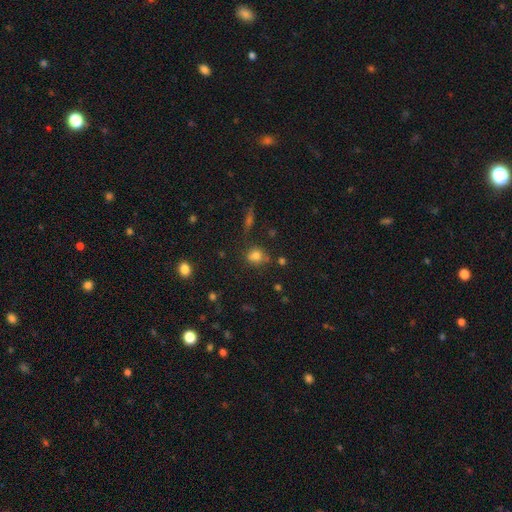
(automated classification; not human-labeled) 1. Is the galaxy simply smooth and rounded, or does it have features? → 76% smooth, 15% star or artifact, 8% featured or disk.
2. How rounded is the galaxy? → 69% round, 29% in between, 2% cigar-shaped.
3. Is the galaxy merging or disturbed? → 67% none, 19% minor disturbance, 9% merger, 6% major disturbance.